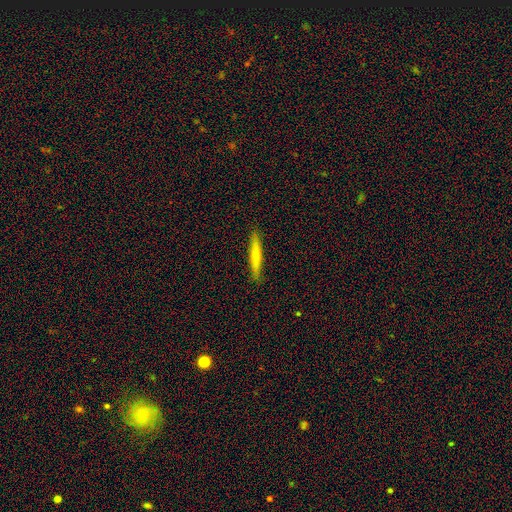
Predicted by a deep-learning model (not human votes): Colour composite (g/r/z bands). It shows a smooth galaxy with no disk features (69%) that is cigar-shaped (95%). Merging: none (91%).